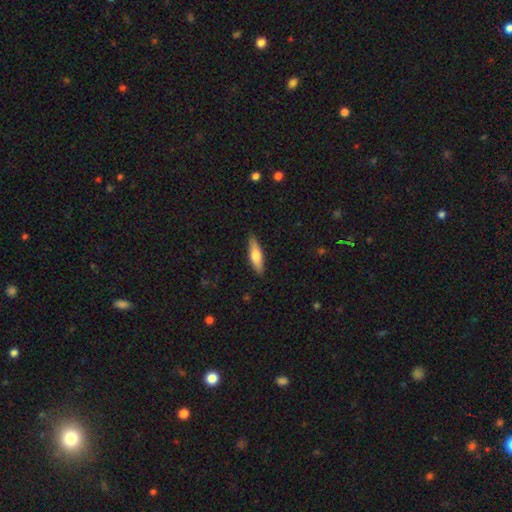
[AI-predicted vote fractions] A smooth galaxy with no disk features (68%) that is cigar-shaped (55%). Merging: none (86%).